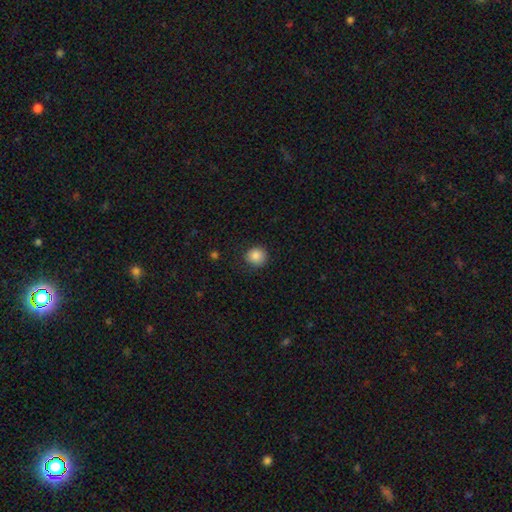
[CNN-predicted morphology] smooth 86%, star or artifact 10%, featured or disk 4%. Down the decision tree: how rounded — round (89%); merging — none (86%).